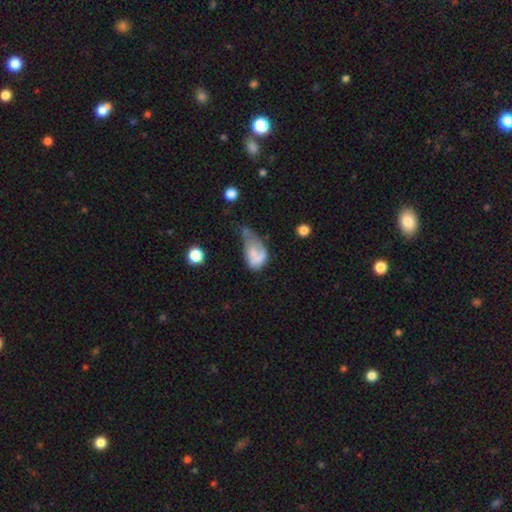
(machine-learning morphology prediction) smooth 58%, featured or disk 34%, star or artifact 8%. Down the decision tree: how rounded — in between (85%); merging — major disturbance (47%).